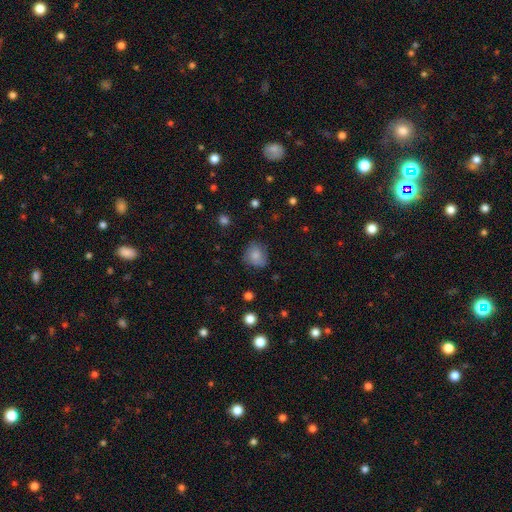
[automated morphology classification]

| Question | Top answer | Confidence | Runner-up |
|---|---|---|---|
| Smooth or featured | smooth | 79% | featured or disk (11%) |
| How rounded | round | 69% | in between (30%) |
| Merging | none | 67% | minor disturbance (24%) |